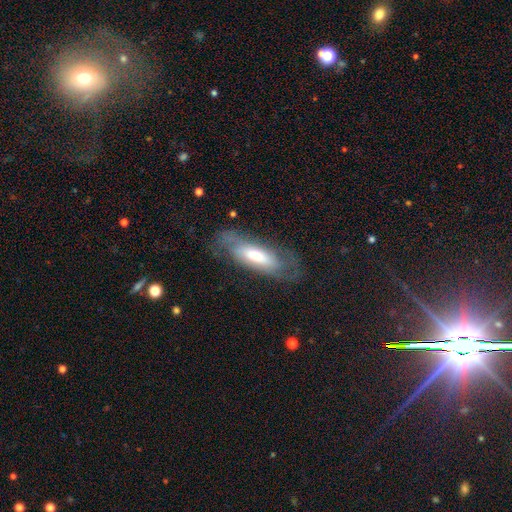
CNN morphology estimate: A featured or disk galaxy (52%). Merging: none (65%).